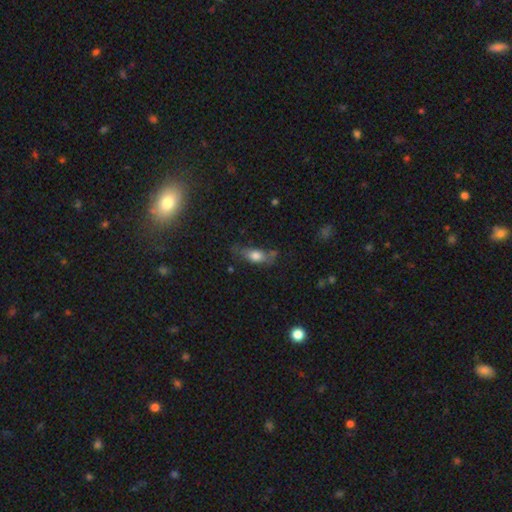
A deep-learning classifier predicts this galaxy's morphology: The model was most divided on "merging": none: 54%, minor disturbance: 29%, major disturbance: 11%, merger: 6%. More confident: how rounded — in between (72%); smooth or featured — smooth (70%).